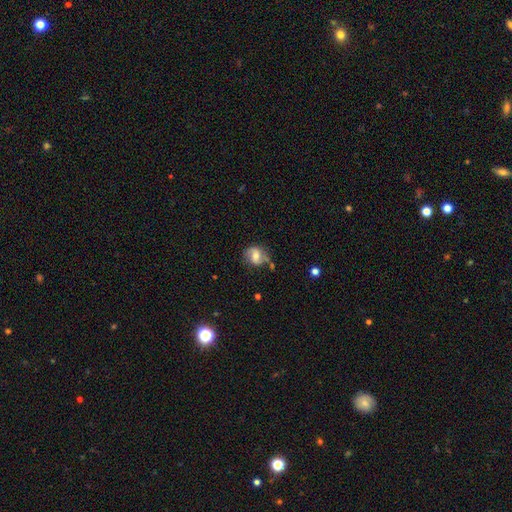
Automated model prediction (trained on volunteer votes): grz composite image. It shows a featured or disk galaxy (46%). Merging: none (63%).